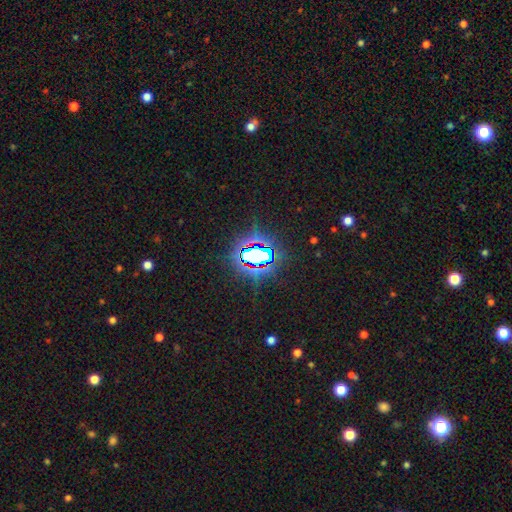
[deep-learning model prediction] A star or artifact, not a galaxy (73%).

Vote fractions:
- Smooth or featured? star or artifact: 73% / smooth: 16% / featured or disk: 11%